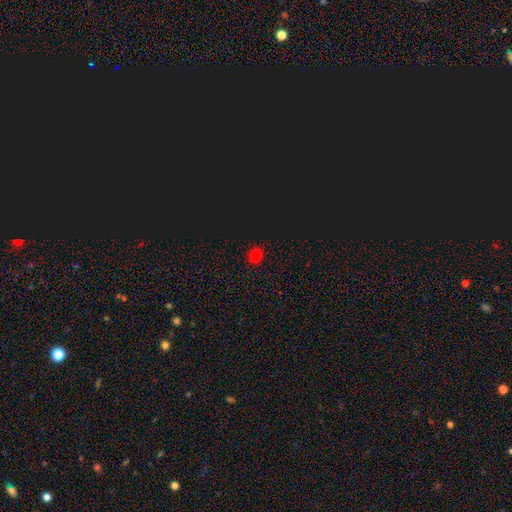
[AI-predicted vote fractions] Q: Smooth or featured?
A: smooth (72%); runner-up: star or artifact (25%)
Q: How rounded?
A: round (63%); runner-up: in between (36%)
Q: Merging?
A: none (89%); runner-up: minor disturbance (8%)